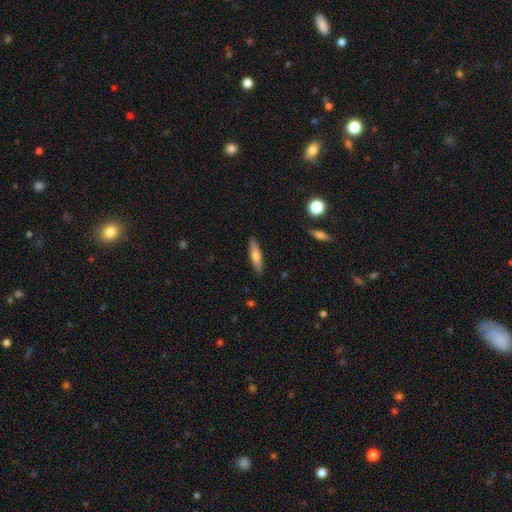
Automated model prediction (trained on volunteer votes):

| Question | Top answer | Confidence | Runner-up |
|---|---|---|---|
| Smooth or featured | smooth | 60% | featured or disk (34%) |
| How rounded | cigar-shaped | 75% | in between (23%) |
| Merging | none | 88% | minor disturbance (9%) |